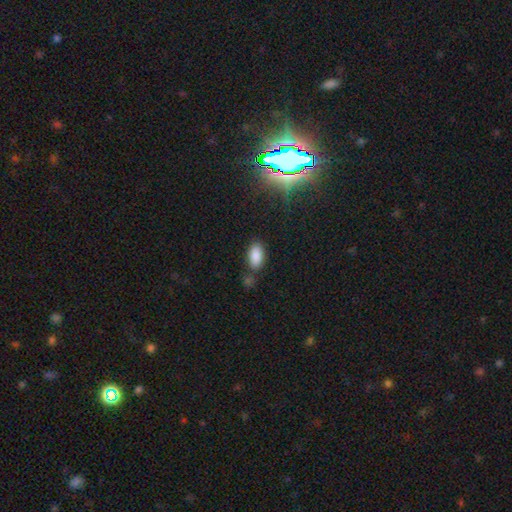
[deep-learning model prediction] Morphology: type=smooth (87%); roundness=in between (93%); merging=none (74%).